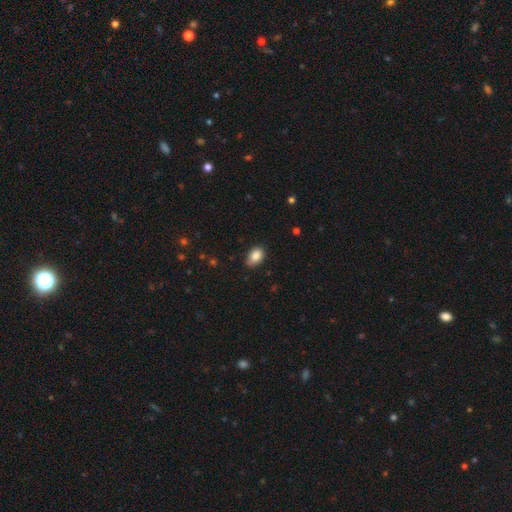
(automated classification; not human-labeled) Smooth or featured? smooth (86%)
How rounded? in between (86%)
Merging? none (79%)